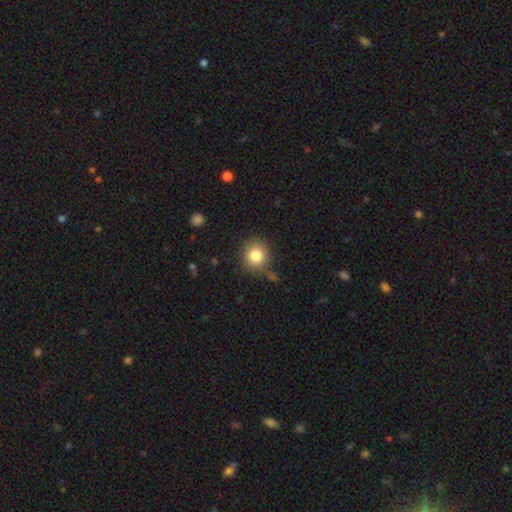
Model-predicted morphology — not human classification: A smooth galaxy with no disk features (82%) that is round (90%).

Vote fractions:
- Smooth or featured? smooth: 82% / star or artifact: 10% / featured or disk: 7%
- How rounded? round: 90% / in between: 9% / cigar-shaped: 1%
- Merging? none: 79% / minor disturbance: 13% / merger: 4% / major disturbance: 4%